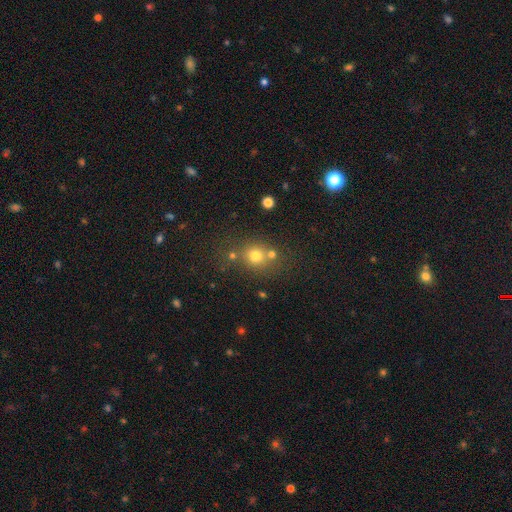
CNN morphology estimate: The model was most divided on "merging": none: 63%, merger: 20%, minor disturbance: 11%, major disturbance: 5%. More confident: how rounded — round (78%); smooth or featured — smooth (71%).